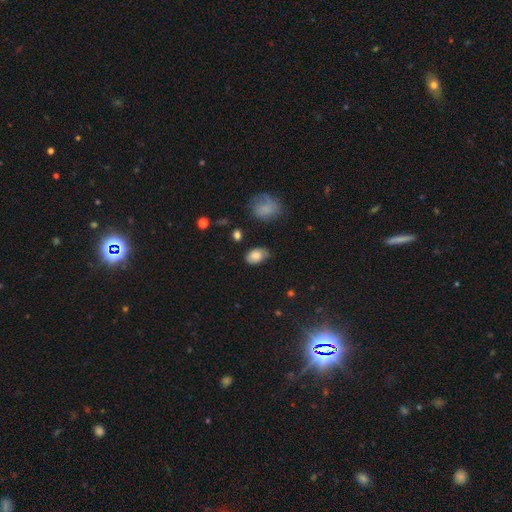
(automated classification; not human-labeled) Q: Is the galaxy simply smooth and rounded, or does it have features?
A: smooth — 77%.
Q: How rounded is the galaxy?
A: in between — 83%.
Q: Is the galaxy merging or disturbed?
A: none — 53%.